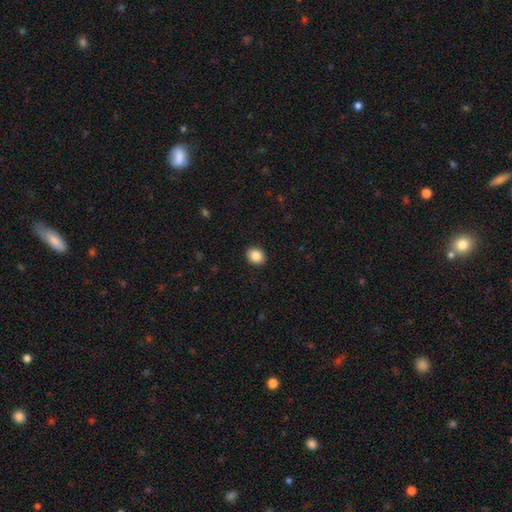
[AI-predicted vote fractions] The model was most divided on "how rounded": round: 58%, in between: 42%, cigar-shaped: 1%. More confident: merging — none (91%); smooth or featured — smooth (87%).